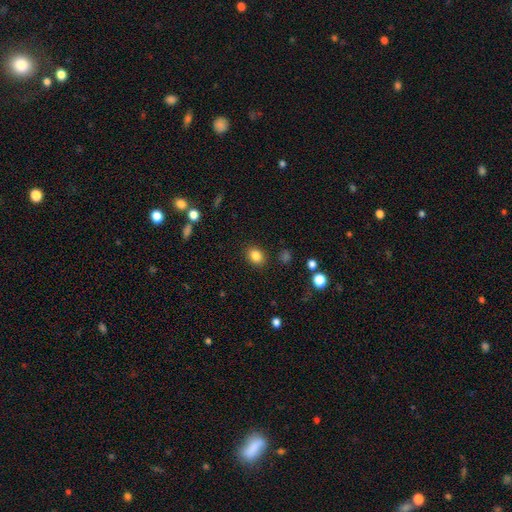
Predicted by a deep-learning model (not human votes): smooth_or_featured: smooth (p=0.84) [alt: star or artifact p=0.11]
how_rounded: in between (p=0.51) [alt: round p=0.48]
merging: none (p=0.87) [alt: minor disturbance p=0.08]